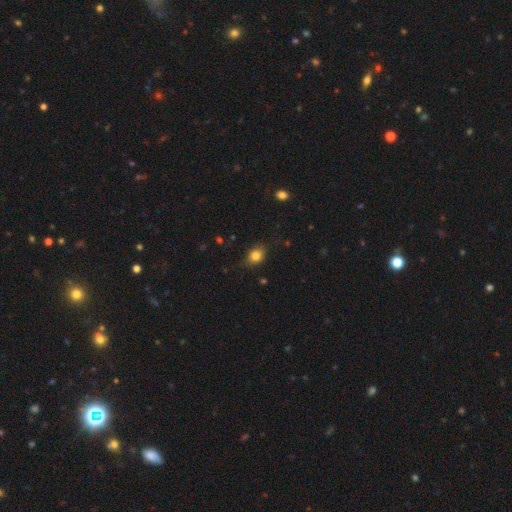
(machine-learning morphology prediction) This appears to be a smooth galaxy with no disk features (82%) that is round (51%). Merging: none (77%).